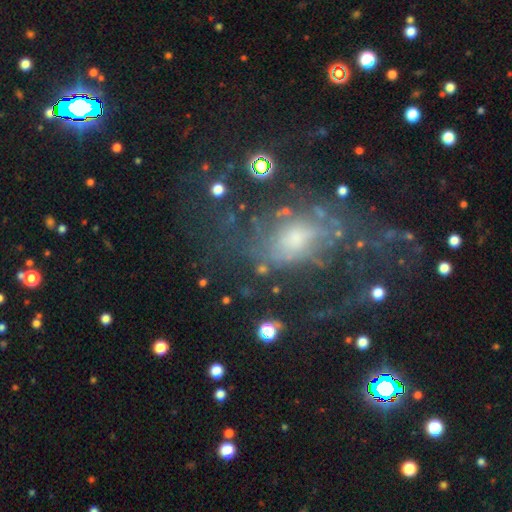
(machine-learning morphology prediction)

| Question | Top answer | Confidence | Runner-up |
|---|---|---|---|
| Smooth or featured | featured or disk | 60% | smooth (21%) |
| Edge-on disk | no | 94% | yes (6%) |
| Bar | no | 70% | weak (24%) |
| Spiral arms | yes | 63% | no (37%) |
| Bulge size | moderate | 42% | small (39%) |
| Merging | none | 47% | major disturbance (31%) |